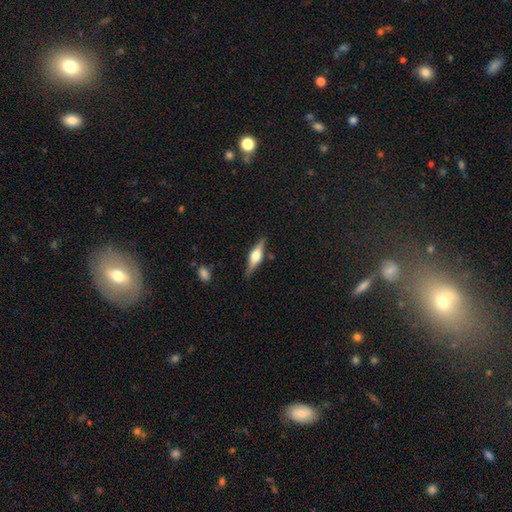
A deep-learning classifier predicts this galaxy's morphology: Smooth or featured?
  - featured or disk: 66% *
  - smooth: 28%
  - star or artifact: 6%
Edge-on disk?
  - yes: 96% *
  - no: 4%
Edge-on bulge?
  - rounded: 91% *
  - boxy: 8%
  - none: 2%
Merging?
  - none: 84% *
  - minor disturbance: 11%
  - major disturbance: 3%
  - merger: 2%